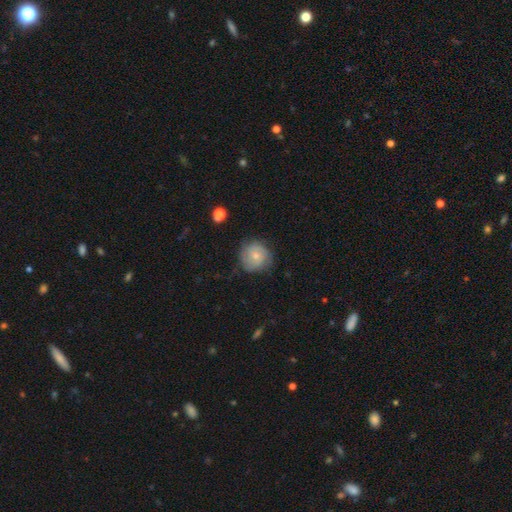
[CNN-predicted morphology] Smooth or featured? Predicted: smooth (p=0.52). How rounded? Predicted: round (p=0.88). Merging? Predicted: none (p=0.70).